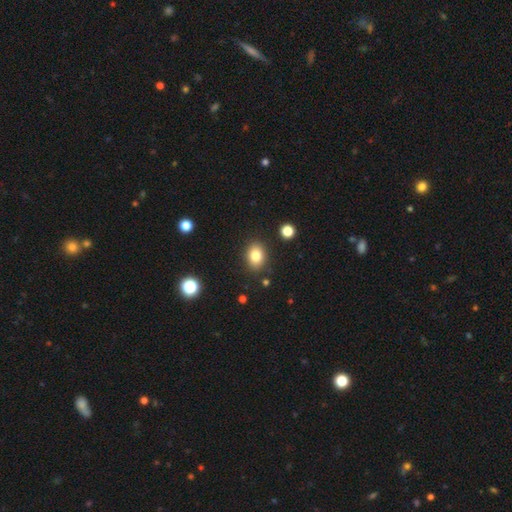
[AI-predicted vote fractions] Smooth or featured?
  - smooth: 83% *
  - star or artifact: 10%
  - featured or disk: 8%
How rounded?
  - in between: 67% *
  - round: 32%
  - cigar-shaped: 1%
Merging?
  - none: 86% *
  - minor disturbance: 9%
  - major disturbance: 3%
  - merger: 2%